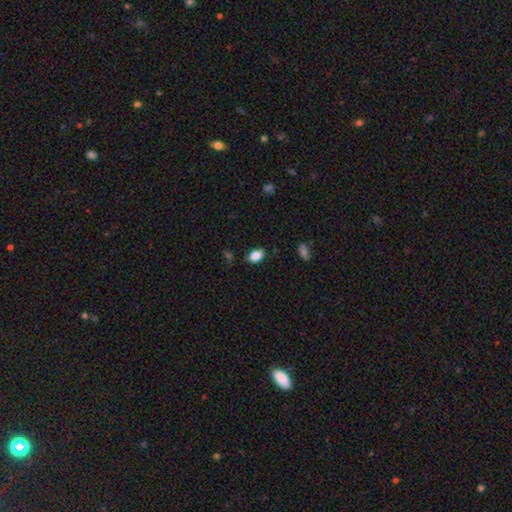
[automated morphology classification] Smooth or featured: smooth — 86% (star or artifact — 8%)
How rounded: in between — 88% (round — 11%)
Merging: none — 84% (minor disturbance — 12%)